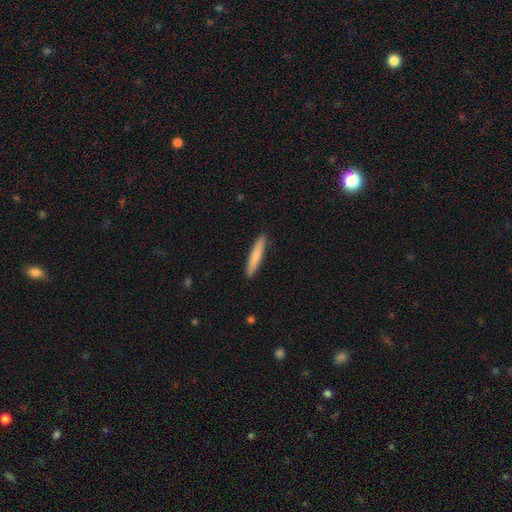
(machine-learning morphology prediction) This appears to be a smooth galaxy with no disk features (80%) that is cigar-shaped (94%). Merging: none (91%).